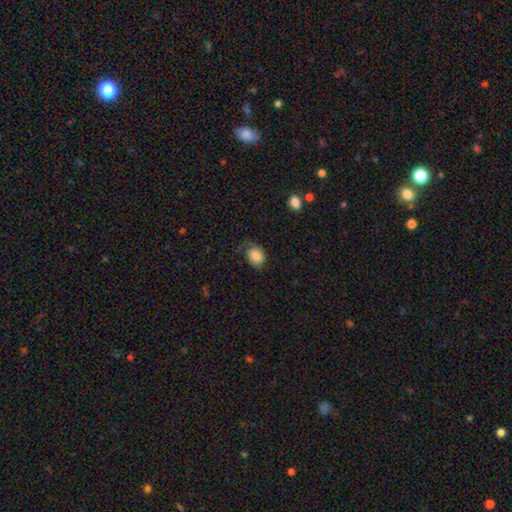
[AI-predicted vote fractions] Q: Smooth or featured?
A: smooth (82%); runner-up: featured or disk (11%)
Q: How rounded?
A: in between (61%); runner-up: round (38%)
Q: Merging?
A: none (55%); runner-up: minor disturbance (29%)